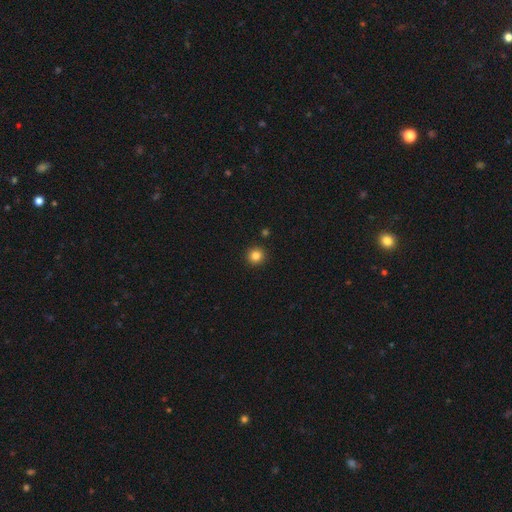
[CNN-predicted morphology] Smooth or featured?
  - smooth: 83% *
  - star or artifact: 12%
  - featured or disk: 5%
How rounded?
  - round: 95% *
  - in between: 4%
  - cigar-shaped: 1%
Merging?
  - none: 92% *
  - minor disturbance: 5%
  - merger: 2%
  - major disturbance: 2%